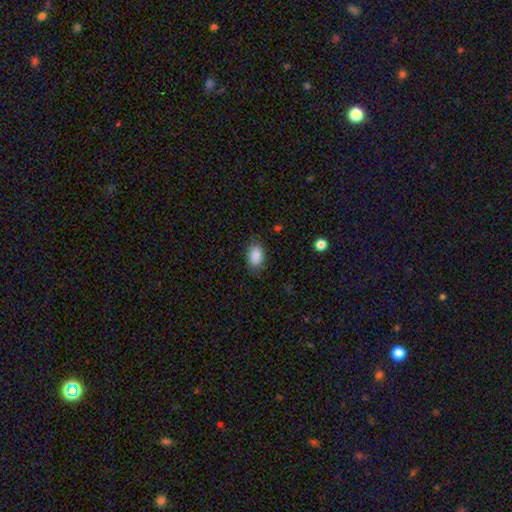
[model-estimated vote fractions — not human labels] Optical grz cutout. It shows a smooth galaxy with no disk features (89%) that is in between round and cigar-shaped (88%). Merging: none (80%).